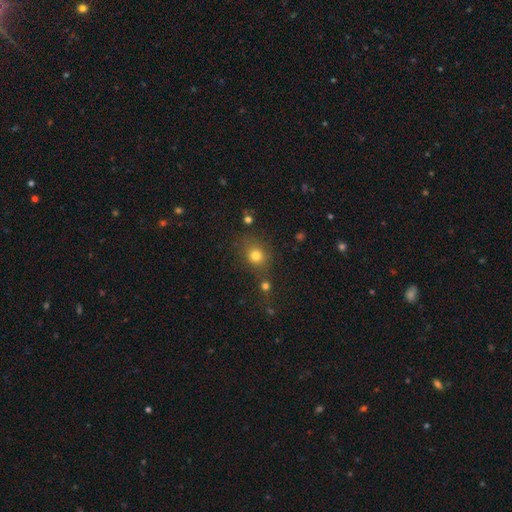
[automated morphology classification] Smooth or featured: smooth — 77% (star or artifact — 15%)
How rounded: round — 74% (in between — 25%)
Merging: none — 67% (merger — 14%)